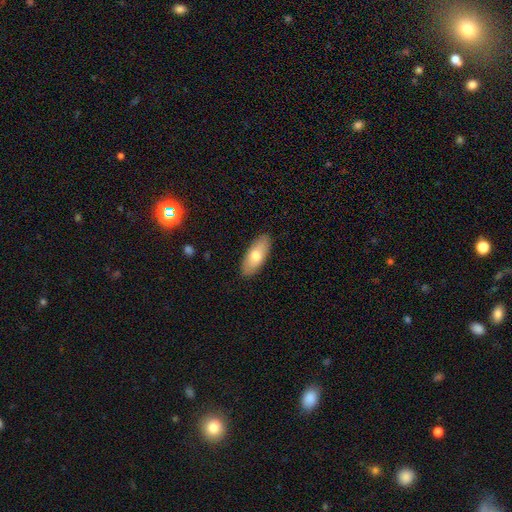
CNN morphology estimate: A smooth galaxy with no disk features (71%) that is in between round and cigar-shaped (83%). Merging: none (88%).